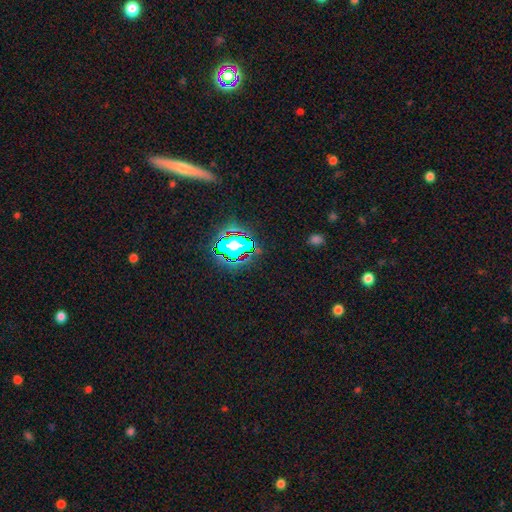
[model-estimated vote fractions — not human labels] Smooth or featured? star or artifact (65%)